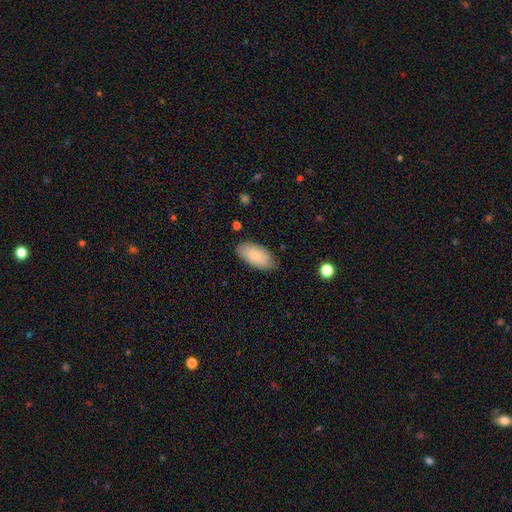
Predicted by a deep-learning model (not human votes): Morphology: type=smooth (85%); roundness=in between (93%); merging=none (80%).